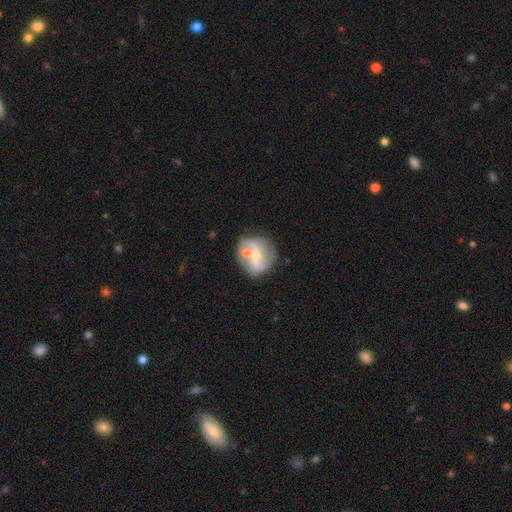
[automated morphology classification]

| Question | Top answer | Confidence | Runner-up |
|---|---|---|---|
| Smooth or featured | featured or disk | 74% | smooth (19%) |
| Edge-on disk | no | 98% | yes (2%) |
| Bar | no | 54% | weak (35%) |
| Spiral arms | yes | 85% | no (15%) |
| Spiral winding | medium | 44% | loose (39%) |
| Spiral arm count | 2 | 65% | 3 (14%) |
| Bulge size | small | 51% | moderate (43%) |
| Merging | none | 48% | merger (25%) |